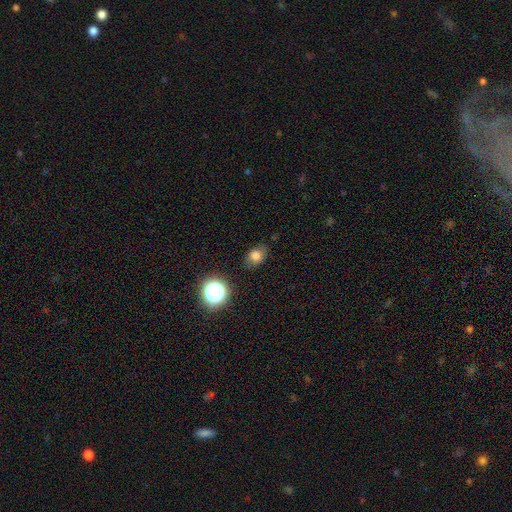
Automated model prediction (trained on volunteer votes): The model was most divided on "how rounded": in between: 62%, round: 37%, cigar-shaped: 1%. More confident: merging — none (79%); smooth or featured — smooth (74%).